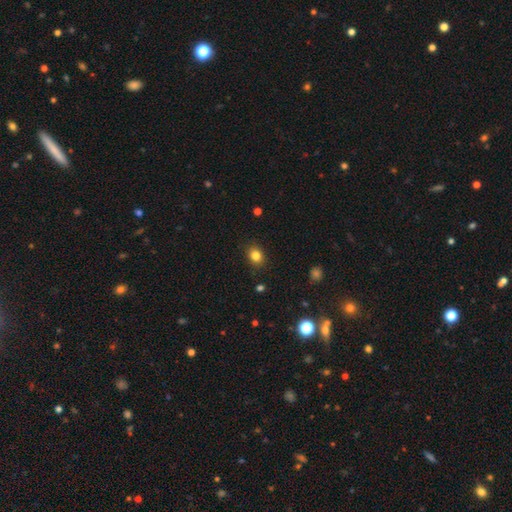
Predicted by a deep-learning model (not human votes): smooth-or-featured: smooth: 83% | star or artifact: 11% | featured or disk: 5%
  how-rounded: round: 56% | in between: 43% | cigar-shaped: 1%
  merging: none: 88% | minor disturbance: 9% | major disturbance: 2% | merger: 1%